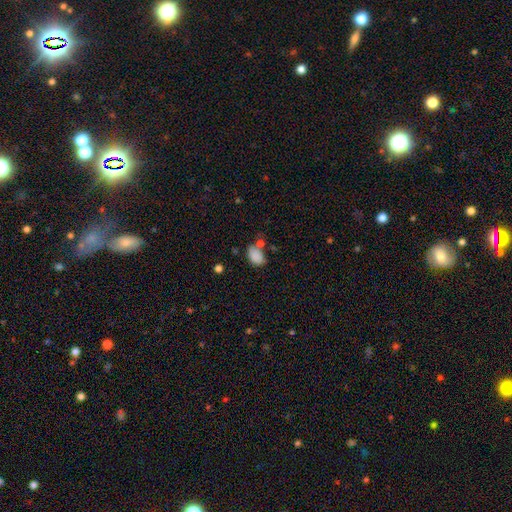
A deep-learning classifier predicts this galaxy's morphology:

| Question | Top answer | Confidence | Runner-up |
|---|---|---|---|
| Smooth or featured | smooth | 84% | star or artifact (9%) |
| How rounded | in between | 85% | round (14%) |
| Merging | none | 52% | minor disturbance (22%) |